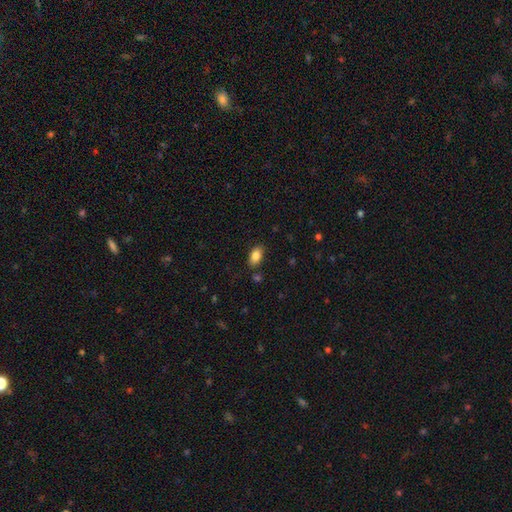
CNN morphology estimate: Smooth or featured? Predicted: smooth (p=0.86). How rounded? Predicted: in between (p=0.91). Merging? Predicted: none (p=0.83).